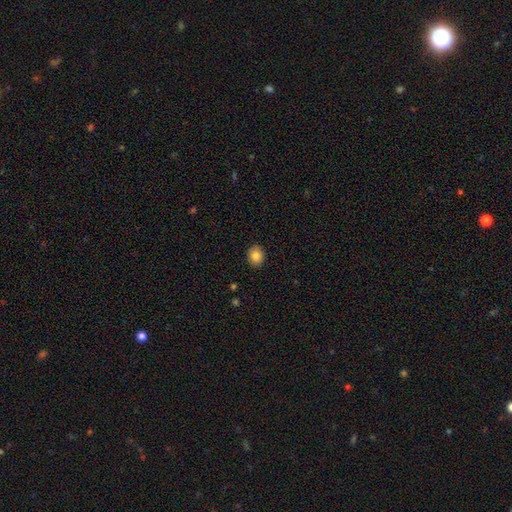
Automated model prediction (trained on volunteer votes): Morphology: type=smooth (84%); roundness=in between (51%); merging=none (90%).